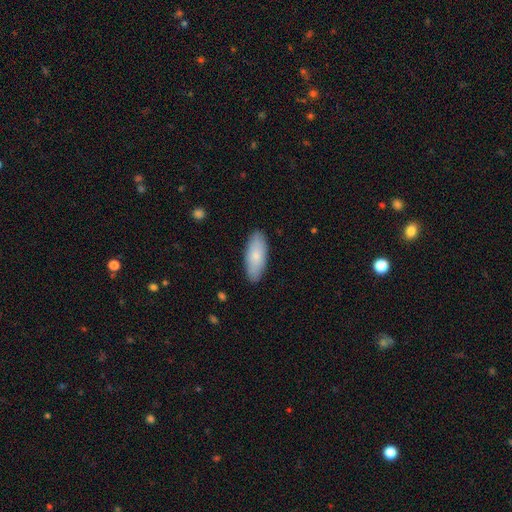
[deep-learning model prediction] A smooth galaxy with no disk features (78%) that is in between round and cigar-shaped (79%).

Vote fractions:
- Smooth or featured? smooth: 78% / featured or disk: 16% / star or artifact: 6%
- How rounded? in between: 79% / cigar-shaped: 19% / round: 2%
- Merging? none: 88% / minor disturbance: 9% / major disturbance: 2% / merger: 1%